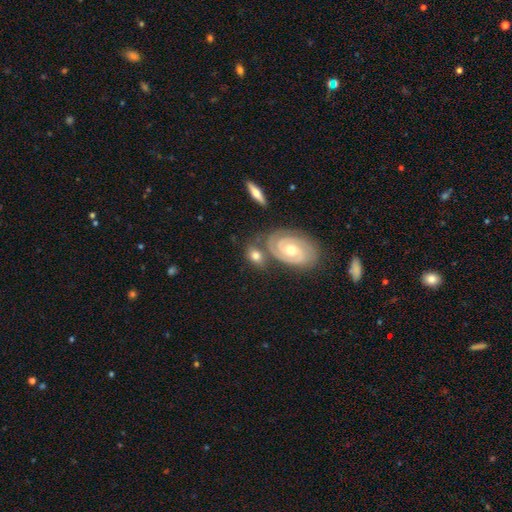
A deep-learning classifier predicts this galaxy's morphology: This is possibly a featured or disk galaxy (48%). Merging: possibly none (59%).